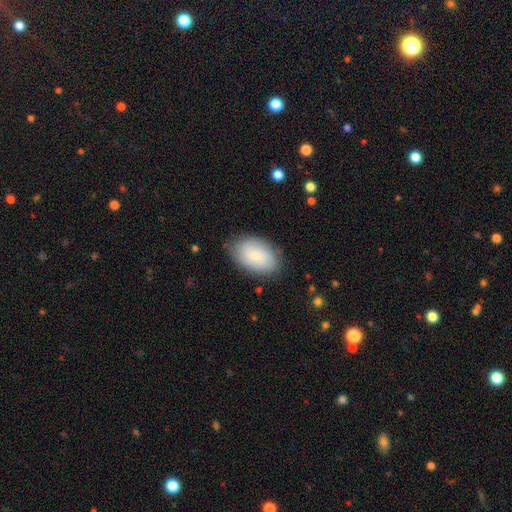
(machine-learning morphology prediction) A smooth galaxy with no disk features (69%) that is in between round and cigar-shaped (90%).

Vote fractions:
- Smooth or featured? smooth: 69% / featured or disk: 24% / star or artifact: 7%
- How rounded? in between: 90% / round: 9% / cigar-shaped: 1%
- Merging? none: 81% / minor disturbance: 15% / major disturbance: 4% / merger: 1%